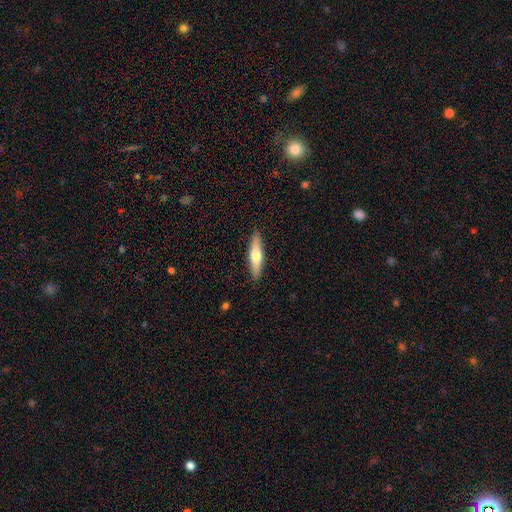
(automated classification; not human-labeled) Morphology: type=smooth (55%); roundness=cigar-shaped (75%); merging=none (90%).